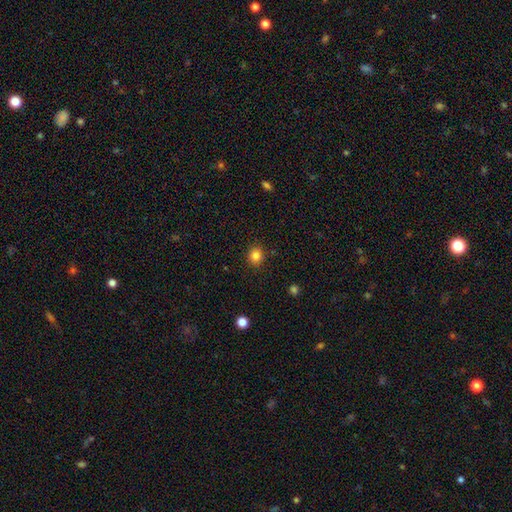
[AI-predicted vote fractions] This is clearly a smooth galaxy (84%). How rounded: clearly round (80%). Merging: clearly none (89%).